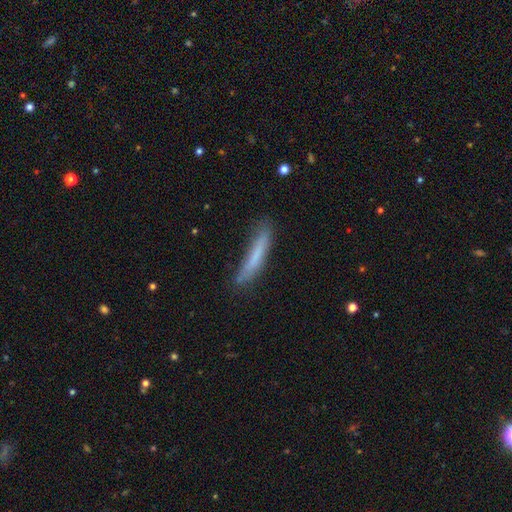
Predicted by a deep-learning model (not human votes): Morphology: type=smooth (71%); roundness=cigar-shaped (93%); merging=none (70%).